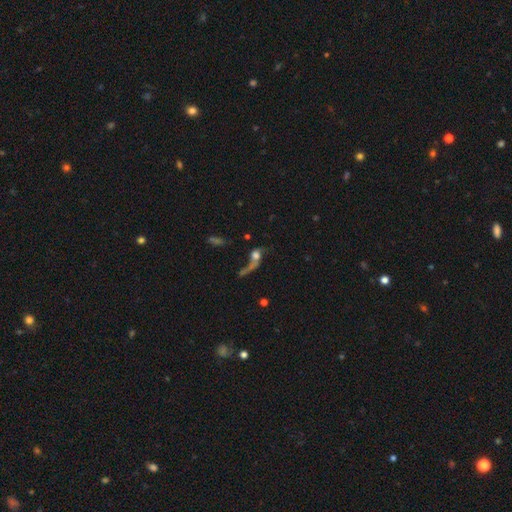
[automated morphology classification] A featured or disk galaxy (43%). Merging: major disturbance (38%).